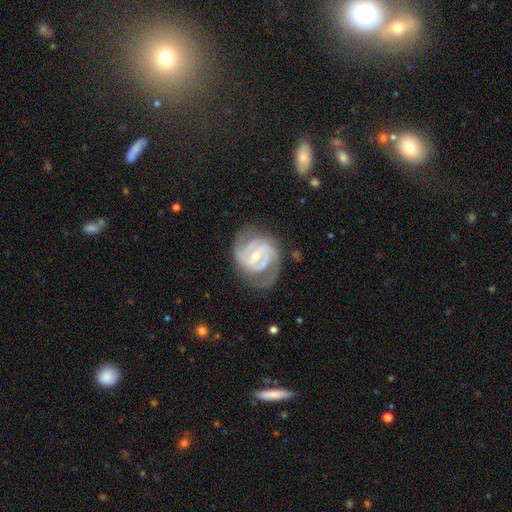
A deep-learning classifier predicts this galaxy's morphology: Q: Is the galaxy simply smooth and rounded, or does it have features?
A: featured or disk — 89%.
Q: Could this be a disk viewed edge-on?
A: no — 98%.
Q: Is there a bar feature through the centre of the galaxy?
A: weak — 47%.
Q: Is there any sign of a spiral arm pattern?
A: yes — 96%.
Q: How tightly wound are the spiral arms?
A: tight — 52%.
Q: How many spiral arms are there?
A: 2 — 54%.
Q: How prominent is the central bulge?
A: small — 52%.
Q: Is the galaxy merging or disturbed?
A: none — 68%.